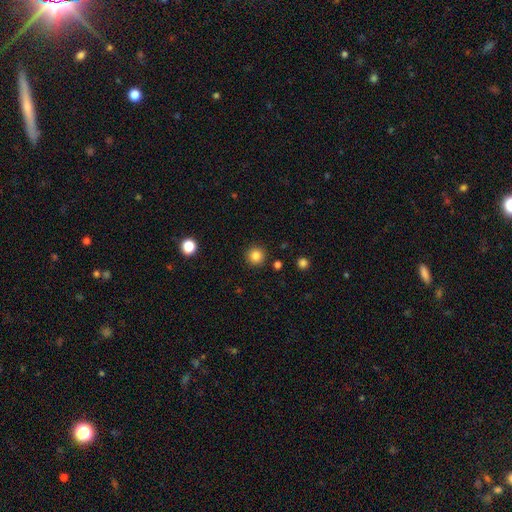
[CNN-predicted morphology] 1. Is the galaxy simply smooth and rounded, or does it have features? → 84% smooth, 12% star or artifact, 4% featured or disk.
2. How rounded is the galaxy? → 96% round, 4% in between, 1% cigar-shaped.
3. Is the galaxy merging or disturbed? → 91% none, 5% minor disturbance, 2% major disturbance, 2% merger.